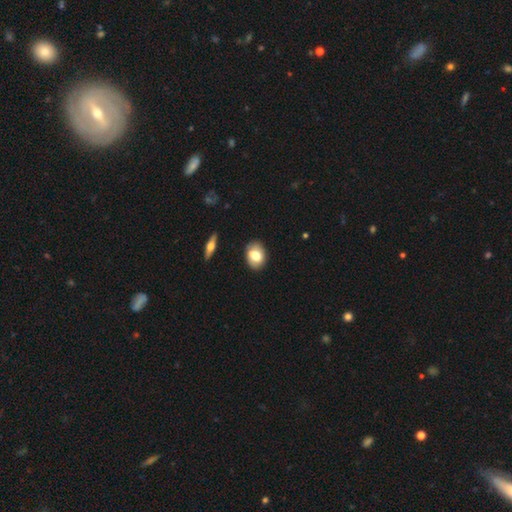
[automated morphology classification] Smooth or featured?
  - smooth: 70% *
  - featured or disk: 22%
  - star or artifact: 8%
How rounded?
  - in between: 67% *
  - round: 31%
  - cigar-shaped: 2%
Merging?
  - none: 82% *
  - minor disturbance: 12%
  - merger: 3%
  - major disturbance: 3%